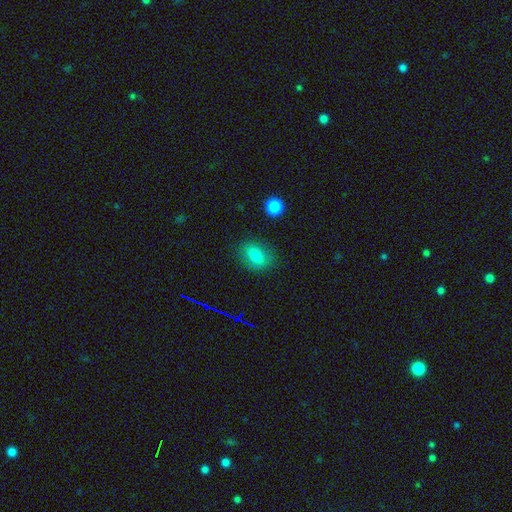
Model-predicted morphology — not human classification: Q: Smooth or featured?
A: smooth (77%); runner-up: featured or disk (12%)
Q: How rounded?
A: in between (70%); runner-up: round (28%)
Q: Merging?
A: none (82%); runner-up: minor disturbance (13%)